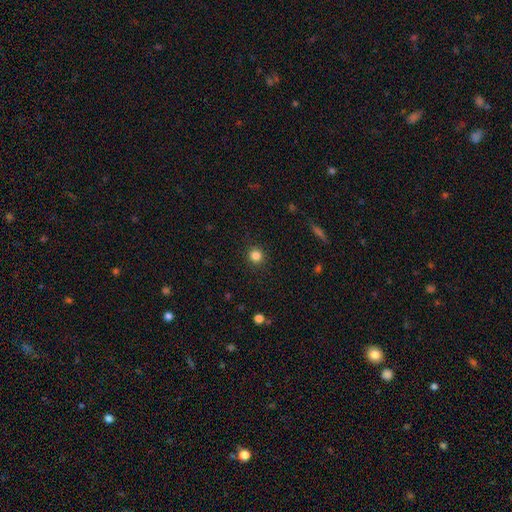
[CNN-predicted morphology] Smooth or featured? smooth (84%)
How rounded? round (93%)
Merging? none (91%)